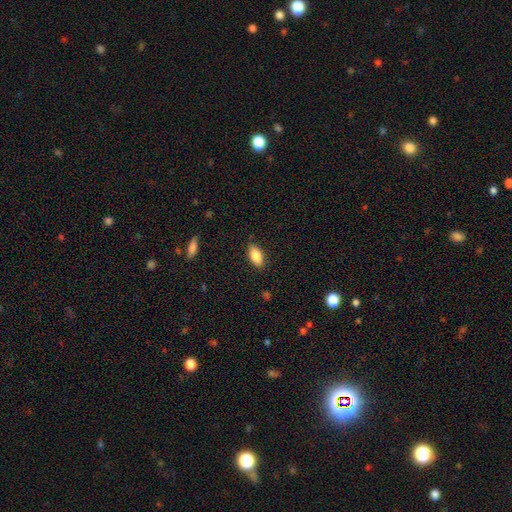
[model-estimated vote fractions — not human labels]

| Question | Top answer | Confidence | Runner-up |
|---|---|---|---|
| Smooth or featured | smooth | 85% | featured or disk (8%) |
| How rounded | in between | 89% | cigar-shaped (8%) |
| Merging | none | 86% | minor disturbance (10%) |